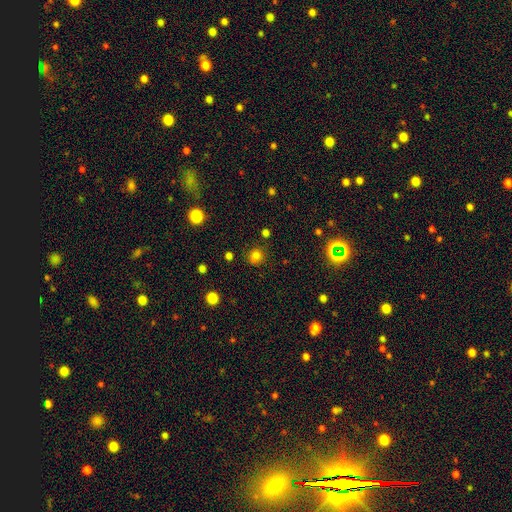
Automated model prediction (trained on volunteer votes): The model was most divided on "how rounded": round: 75%, in between: 24%, cigar-shaped: 1%. More confident: merging — none (81%); smooth or featured — smooth (75%).